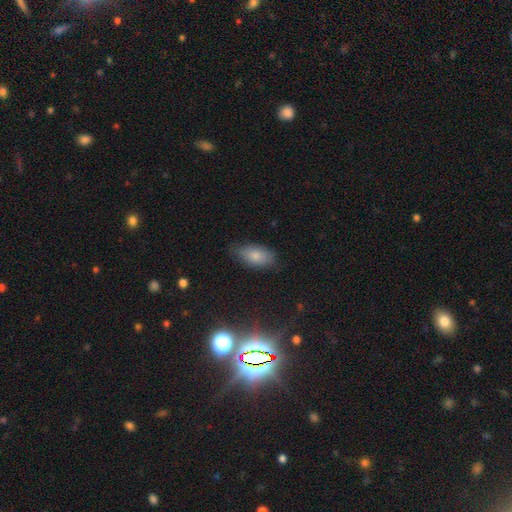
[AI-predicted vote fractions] smooth 80%, featured or disk 11%, star or artifact 9%. Down the decision tree: how rounded — in between (92%); merging — none (75%).